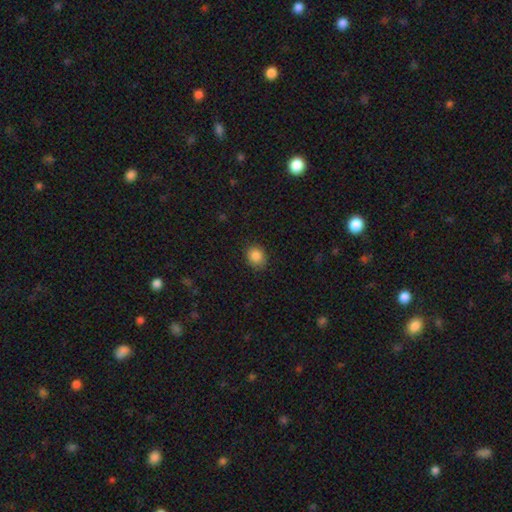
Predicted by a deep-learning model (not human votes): smooth-or-featured: smooth: 86% | star or artifact: 10% | featured or disk: 4%
  how-rounded: round: 68% | in between: 31% | cigar-shaped: 1%
  merging: none: 84% | minor disturbance: 12% | major disturbance: 3% | merger: 1%